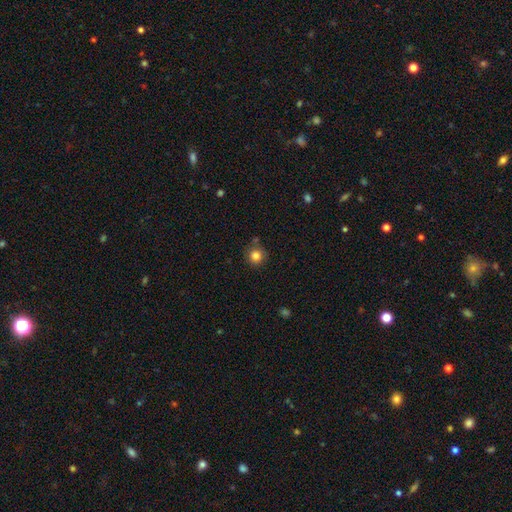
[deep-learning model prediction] This is clearly a smooth galaxy (83%). How rounded: clearly round (93%). Merging: clearly none (80%).